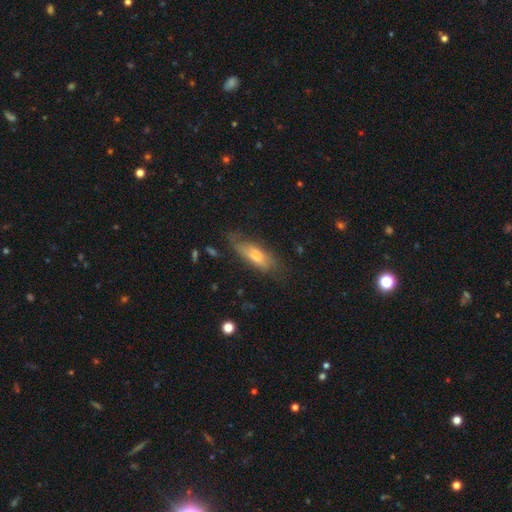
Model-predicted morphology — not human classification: Smooth or featured: smooth — 55% (featured or disk — 37%)
How rounded: in between — 60% (cigar-shaped — 37%)
Merging: none — 63% (minor disturbance — 25%)